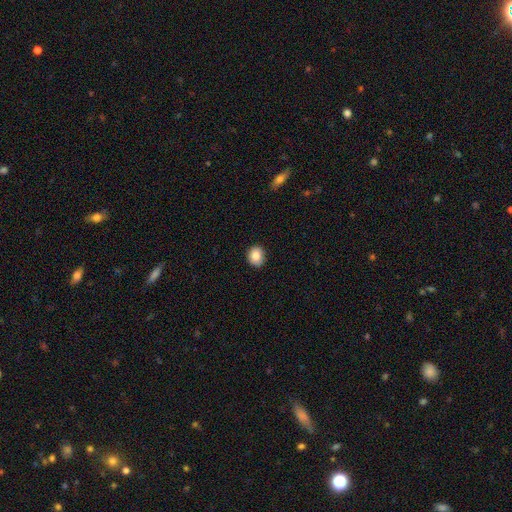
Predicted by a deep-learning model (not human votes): A smooth galaxy with no disk features (86%) that is round (70%). Merging: none (89%).